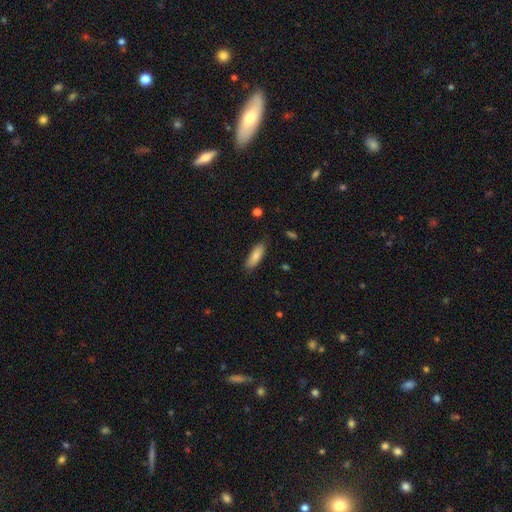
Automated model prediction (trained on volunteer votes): Smooth or featured? Predicted: smooth (p=0.82). How rounded? Predicted: in between (p=0.62). Merging? Predicted: none (p=0.84).